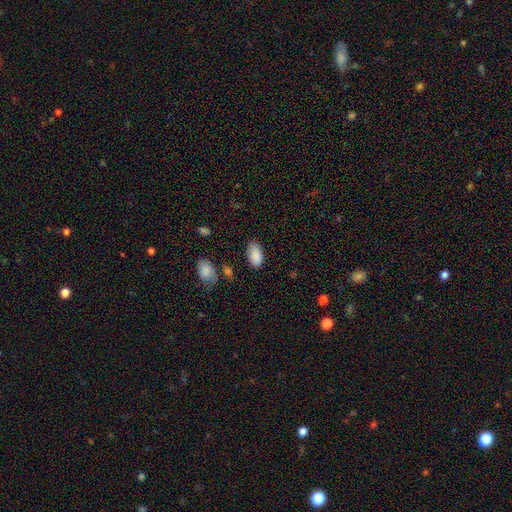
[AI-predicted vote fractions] Smooth or featured: smooth — 88% (star or artifact — 7%)
How rounded: in between — 95% (round — 3%)
Merging: none — 80% (minor disturbance — 14%)